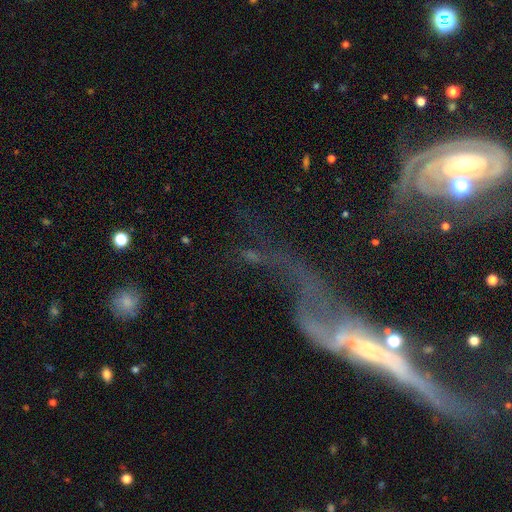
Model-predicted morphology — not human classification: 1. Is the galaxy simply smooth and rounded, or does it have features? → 55% featured or disk, 25% smooth, 20% star or artifact.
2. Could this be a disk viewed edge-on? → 82% no, 18% yes.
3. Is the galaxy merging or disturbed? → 36% major disturbance, 27% none, 26% merger, 12% minor disturbance.